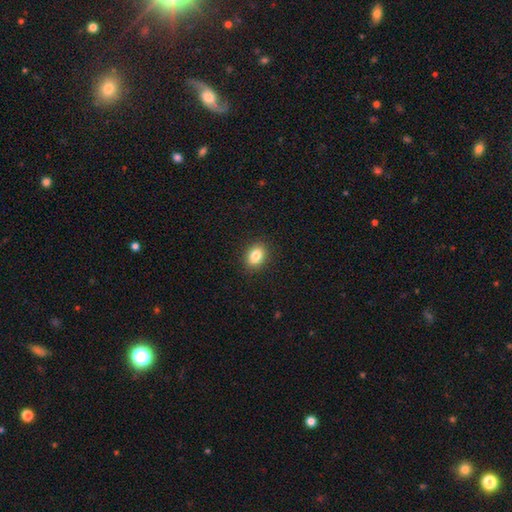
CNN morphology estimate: Overall: smooth (83%). How rounded: in between (69%; round 30%). Merging: none (89%).